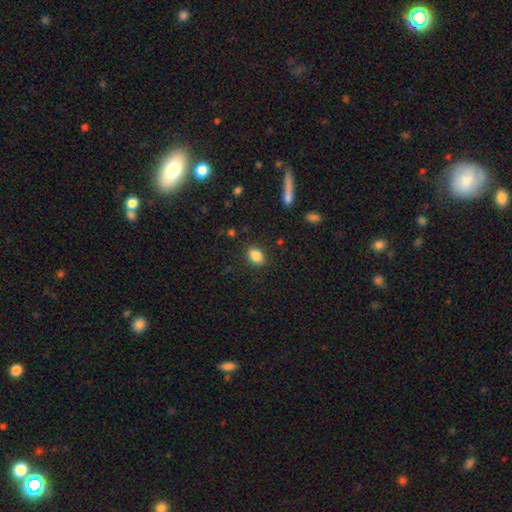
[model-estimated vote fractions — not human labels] Q: Smooth or featured?
A: smooth (85%); runner-up: star or artifact (9%)
Q: How rounded?
A: in between (75%); runner-up: round (24%)
Q: Merging?
A: none (87%); runner-up: minor disturbance (9%)